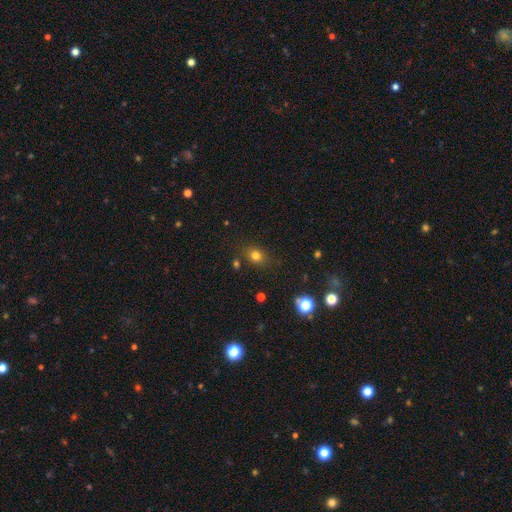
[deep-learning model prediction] The model was most divided on "how rounded": round: 54%, in between: 44%, cigar-shaped: 1%. More confident: merging — none (79%); smooth or featured — smooth (77%).